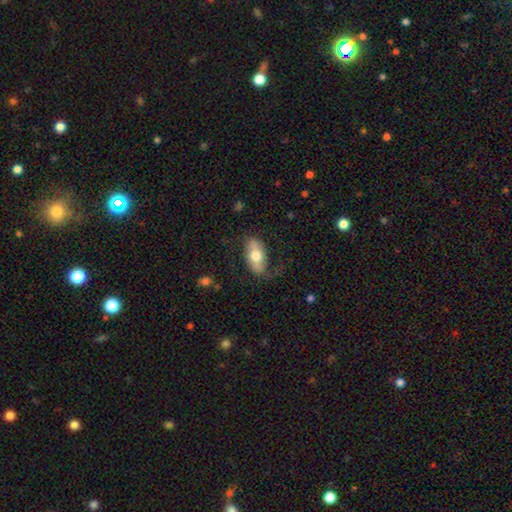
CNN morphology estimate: The model was most divided on "smooth or featured": smooth: 55%, featured or disk: 39%, star or artifact: 6%. More confident: how rounded — in between (89%); merging — none (69%).